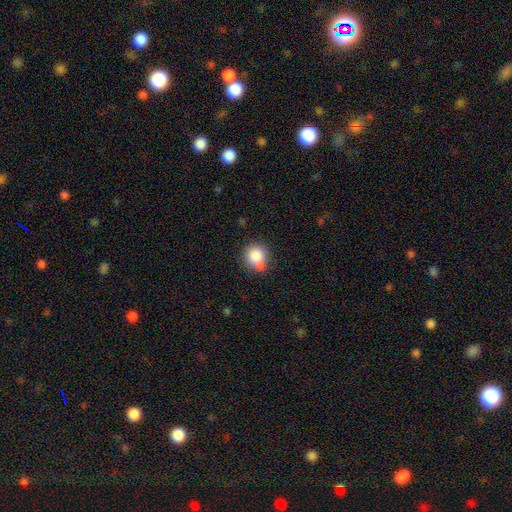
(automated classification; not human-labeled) smooth_or_featured: smooth (p=0.83) [alt: star or artifact p=0.10]
how_rounded: round (p=0.81) [alt: in between p=0.18]
merging: none (p=0.58) [alt: minor disturbance p=0.24]